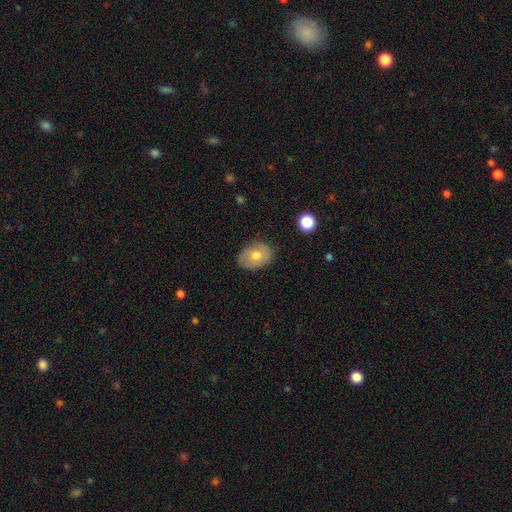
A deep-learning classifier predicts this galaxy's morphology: This appears to be a smooth galaxy with no disk features (71%) that is in between round and cigar-shaped (70%). Merging: none (80%).